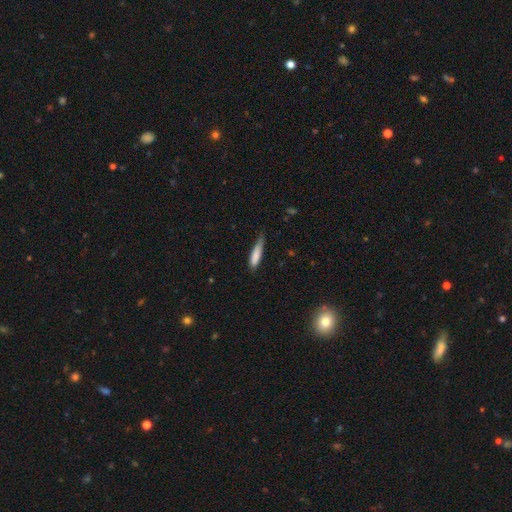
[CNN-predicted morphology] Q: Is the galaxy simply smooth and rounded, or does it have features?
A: smooth — 81%.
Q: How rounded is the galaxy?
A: cigar-shaped — 79%.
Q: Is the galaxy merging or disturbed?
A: none — 53%.